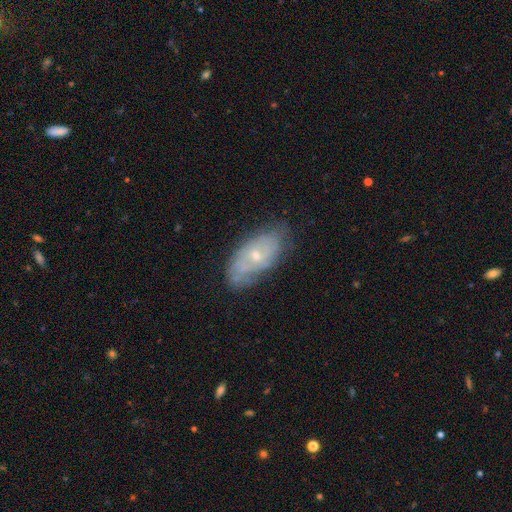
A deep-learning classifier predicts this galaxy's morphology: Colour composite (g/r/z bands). It shows a featured or disk galaxy (59%) with no bar (80%), spiral arms (61%) and a small central bulge (64%). Merging: none (65%).